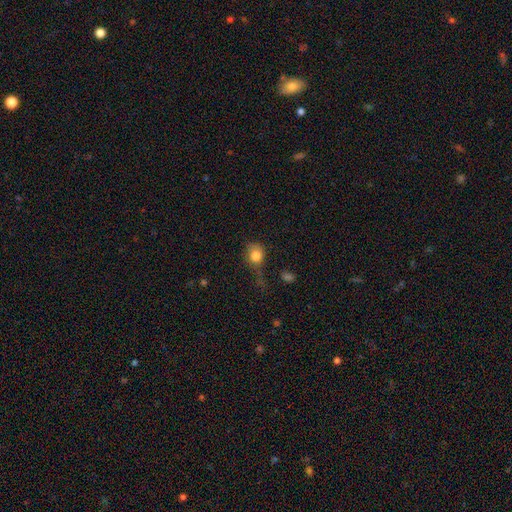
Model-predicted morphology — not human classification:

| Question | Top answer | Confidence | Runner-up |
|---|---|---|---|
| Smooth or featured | smooth | 80% | star or artifact (10%) |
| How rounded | round | 68% | in between (30%) |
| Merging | none | 38% | minor disturbance (29%) |